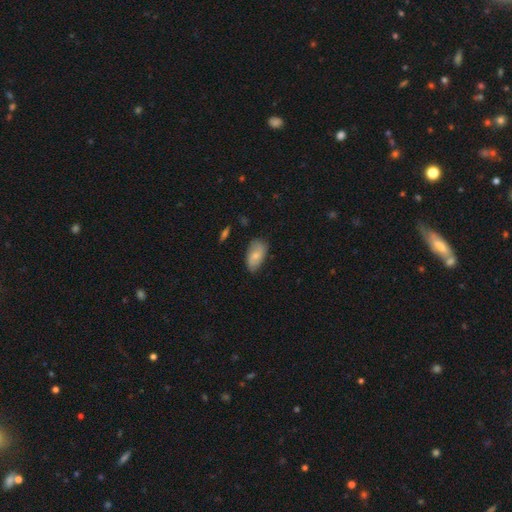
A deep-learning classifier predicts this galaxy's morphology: This appears to be a smooth galaxy with no disk features (69%) that is in between round and cigar-shaped (93%). Merging: none (70%).